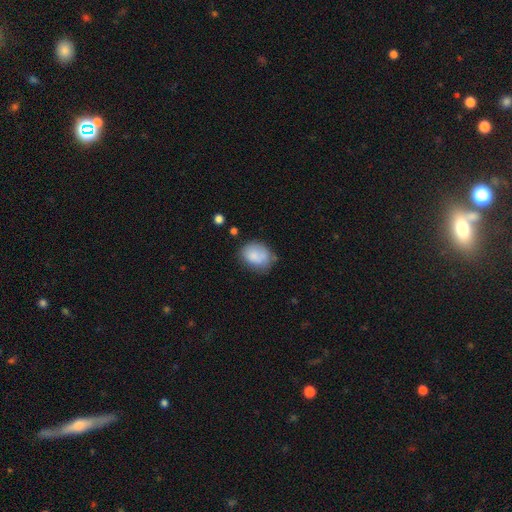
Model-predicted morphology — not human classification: type=smooth (80%); roundness=in between (61%); merging=none (53%).